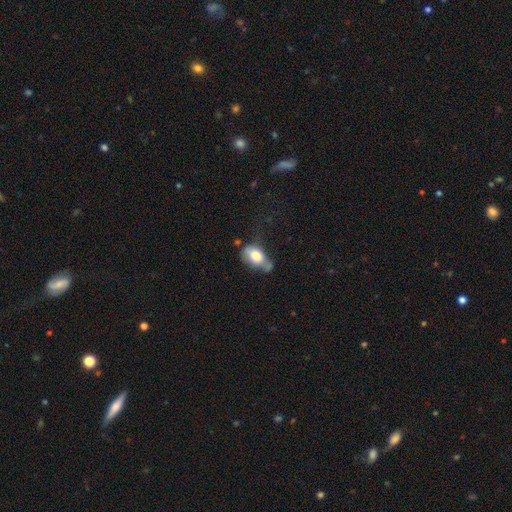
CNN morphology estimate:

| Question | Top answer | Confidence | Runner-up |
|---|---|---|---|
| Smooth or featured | smooth | 72% | featured or disk (20%) |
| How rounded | in between | 81% | round (16%) |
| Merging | minor disturbance | 32% | none (28%) |